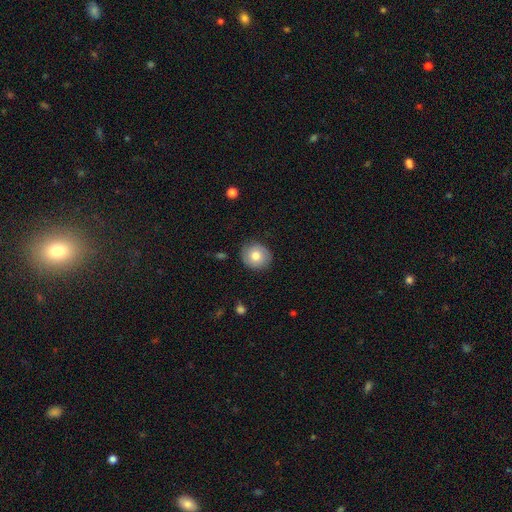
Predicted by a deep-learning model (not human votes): Q: Smooth or featured?
A: smooth (68%); runner-up: featured or disk (24%)
Q: How rounded?
A: round (79%); runner-up: in between (20%)
Q: Merging?
A: none (83%); runner-up: minor disturbance (13%)